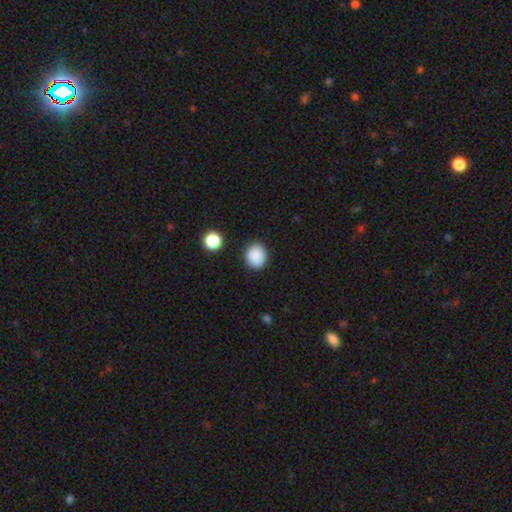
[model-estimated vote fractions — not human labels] Smooth or featured: smooth — 88% (star or artifact — 9%)
How rounded: round — 74% (in between — 25%)
Merging: none — 89% (minor disturbance — 7%)